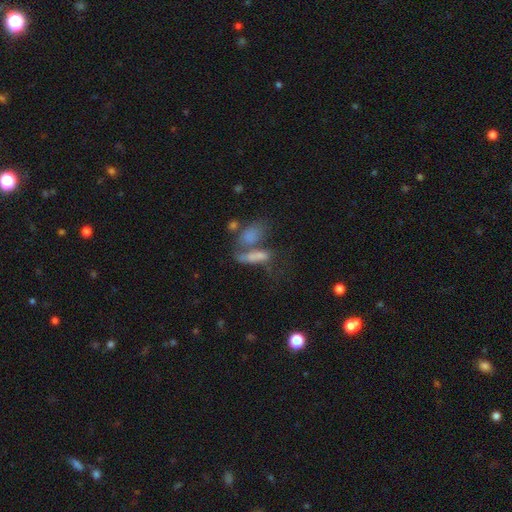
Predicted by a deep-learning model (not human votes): Smooth or featured: smooth — 55% (featured or disk — 26%)
How rounded: in between — 55% (cigar-shaped — 33%)
Merging: merger — 46% (none — 29%)